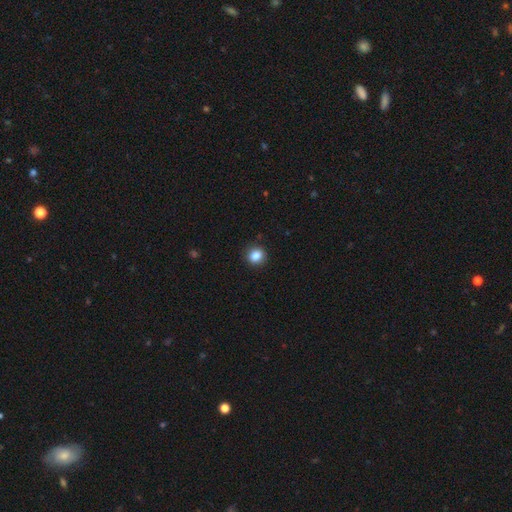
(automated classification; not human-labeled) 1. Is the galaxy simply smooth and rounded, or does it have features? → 86% smooth, 10% star or artifact, 4% featured or disk.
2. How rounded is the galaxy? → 77% round, 22% in between, 1% cigar-shaped.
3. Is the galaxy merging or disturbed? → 90% none, 7% minor disturbance, 2% major disturbance, 1% merger.